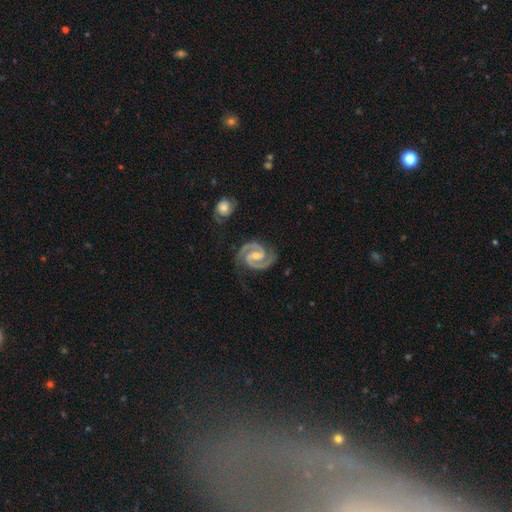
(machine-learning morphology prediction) A featured or disk galaxy (93%) with a weak bar (46%), 2 (94%) tight (47%, tied with medium) spiral arms (99%) and a moderate central bulge (48%). Merging: none (82%).